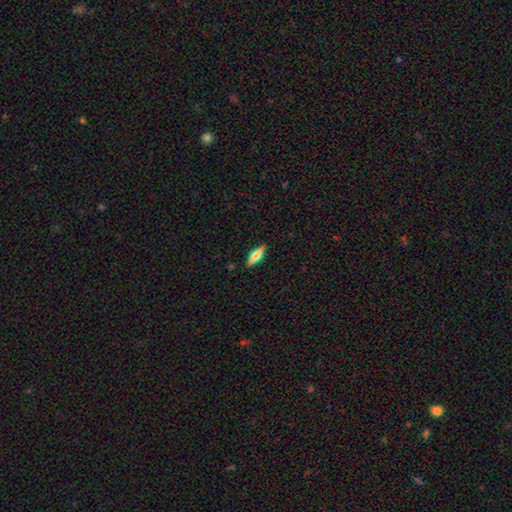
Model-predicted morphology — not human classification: This is possibly a smooth galaxy (51%). How rounded: possibly cigar-shaped (53%). Merging: clearly none (87%).